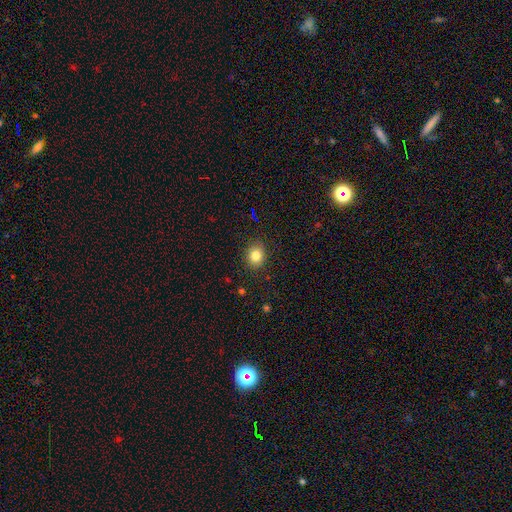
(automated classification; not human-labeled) Smooth or featured? smooth (82%)
How rounded? round (69%)
Merging? none (89%)